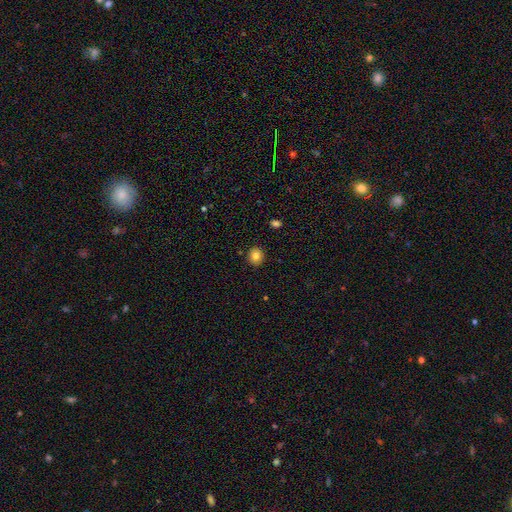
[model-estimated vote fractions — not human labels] Smooth or featured? Predicted: smooth (p=0.83). How rounded? Predicted: round (p=0.85). Merging? Predicted: none (p=0.91).